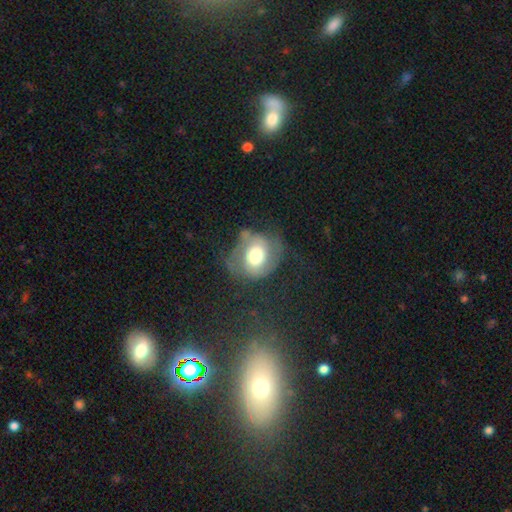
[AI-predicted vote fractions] This is possibly a smooth galaxy (46%). Merging: marginally none (43%).